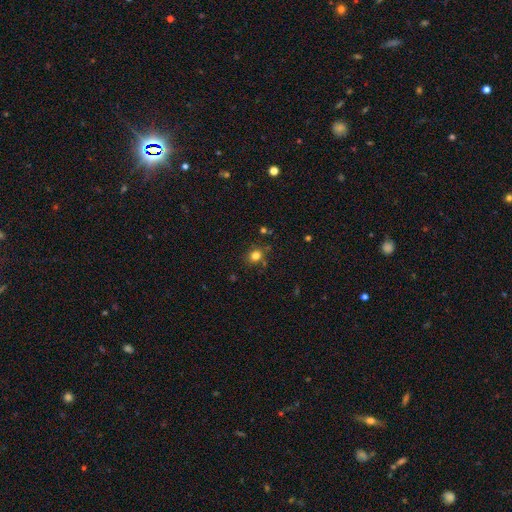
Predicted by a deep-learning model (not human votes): A smooth galaxy with no disk features (79%) that is round (71%).

Vote fractions:
- Smooth or featured? smooth: 79% / star or artifact: 14% / featured or disk: 6%
- How rounded? round: 71% / in between: 29% / cigar-shaped: 1%
- Merging? none: 80% / minor disturbance: 12% / merger: 4% / major disturbance: 4%